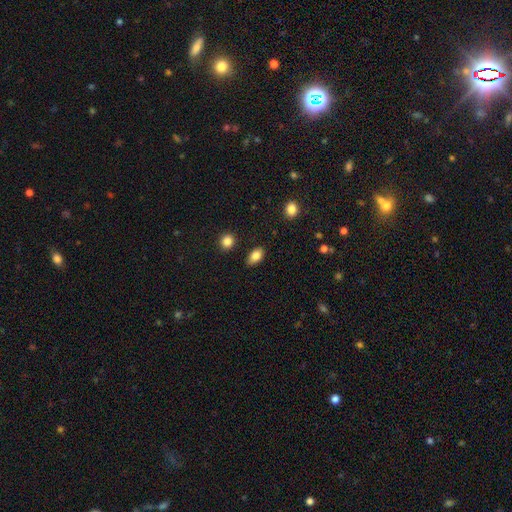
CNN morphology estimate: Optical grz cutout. It shows a smooth galaxy with no disk features (83%) that is in between round and cigar-shaped (88%). Merging: none (84%).